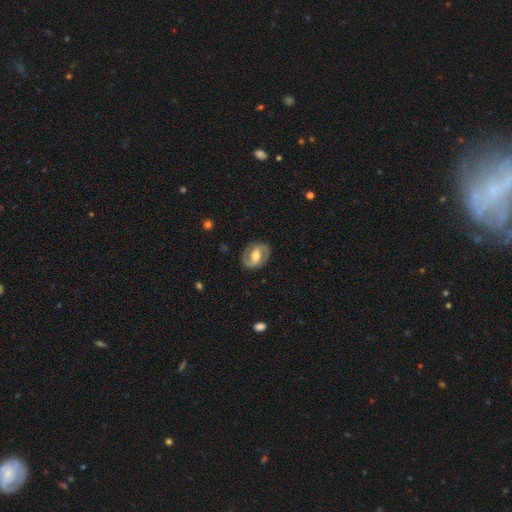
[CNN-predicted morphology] Smooth or featured?
  - featured or disk: 80% *
  - smooth: 15%
  - star or artifact: 5%
Edge-on disk?
  - no: 97% *
  - yes: 3%
Bar?
  - weak: 43% *
  - strong: 33%
  - no: 24%
Spiral arms?
  - yes: 90% *
  - no: 10%
Spiral winding?
  - medium: 49% *
  - tight: 28%
  - loose: 23%
Spiral arm count?
  - 2: 92% *
  - can't tell: 4%
  - 1: 2%
  - 3: 1%
  - 4: 1%
  - more than 4: 1%
Bulge size?
  - moderate: 69% *
  - small: 16%
  - large: 12%
  - none: 2%
  - dominant: 1%
Merging?
  - none: 85% *
  - minor disturbance: 10%
  - major disturbance: 3%
  - merger: 1%